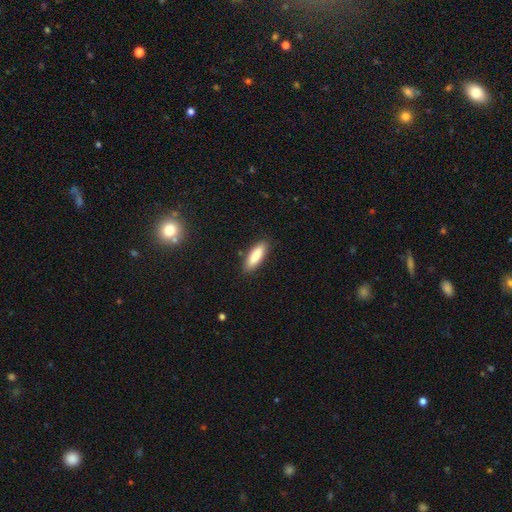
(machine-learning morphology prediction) Overall: smooth (84%). How rounded: in between (52%; cigar-shaped 46%). Merging: none (87%).